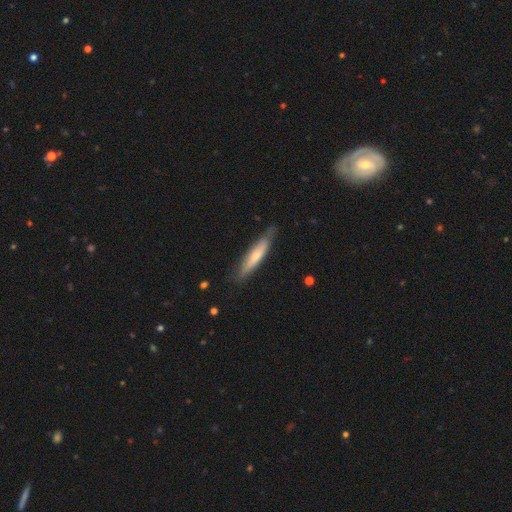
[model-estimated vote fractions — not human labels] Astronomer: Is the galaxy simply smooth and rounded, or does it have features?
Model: smooth — 52% (runner-up: featured or disk, 43%).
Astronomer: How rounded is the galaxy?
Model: cigar-shaped — 86%.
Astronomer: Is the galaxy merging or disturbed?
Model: none — 78%.